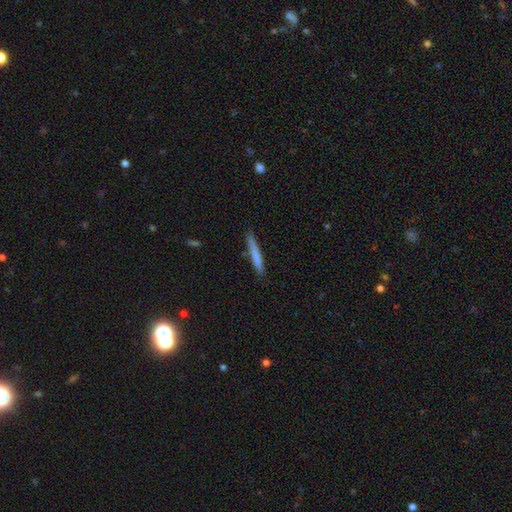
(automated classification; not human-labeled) Smooth or featured: smooth — 74% (featured or disk — 20%)
How rounded: cigar-shaped — 96% (in between — 3%)
Merging: none — 86% (minor disturbance — 11%)